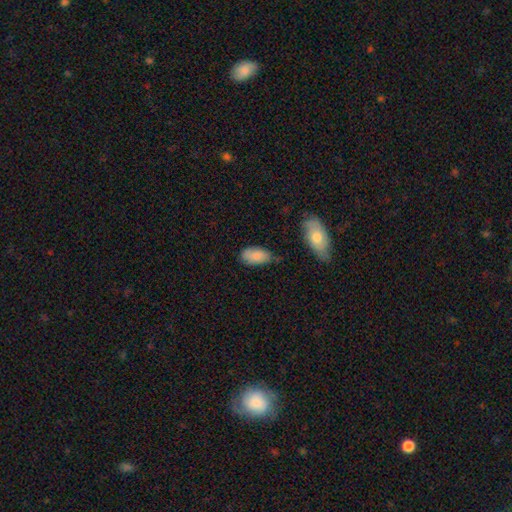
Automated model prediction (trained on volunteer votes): The model was most divided on "merging": none: 64%, minor disturbance: 25%, merger: 5%, major disturbance: 5%. More confident: how rounded — in between (93%); smooth or featured — smooth (85%).